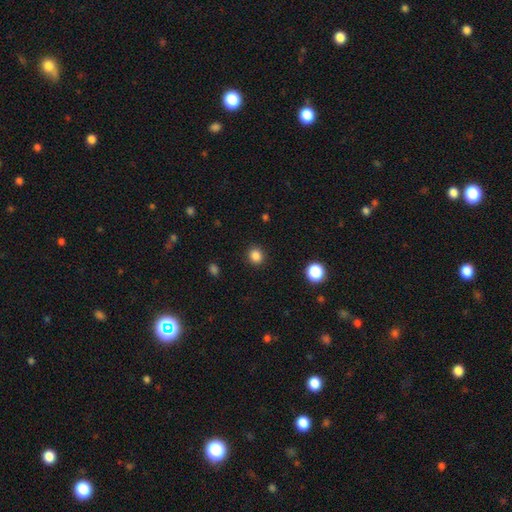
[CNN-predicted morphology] Smooth or featured: smooth — 85% (star or artifact — 12%)
How rounded: round — 86% (in between — 14%)
Merging: none — 91% (minor disturbance — 6%)